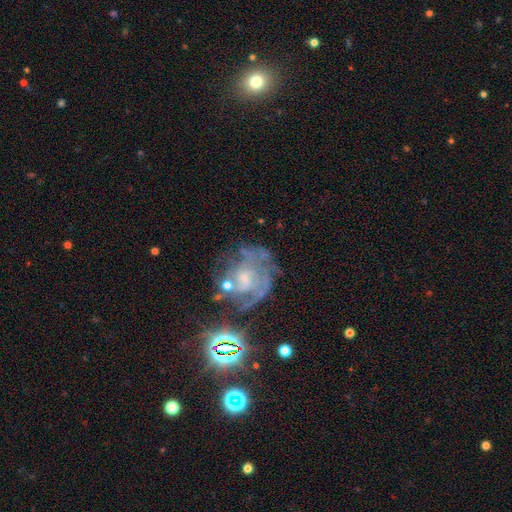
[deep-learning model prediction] smooth-or-featured: featured or disk: 67% | star or artifact: 19% | smooth: 14%
  disk-edge-on: no: 97% | yes: 3%
    bar: no: 67% | weak: 27% | strong: 6%
    has-spiral-arms: yes: 71% | no: 29%
    bulge-size: small: 49% | moderate: 26% | none: 21% | large: 3% | dominant: 1%
  merging: none: 53% | major disturbance: 20% | minor disturbance: 20% | merger: 8%